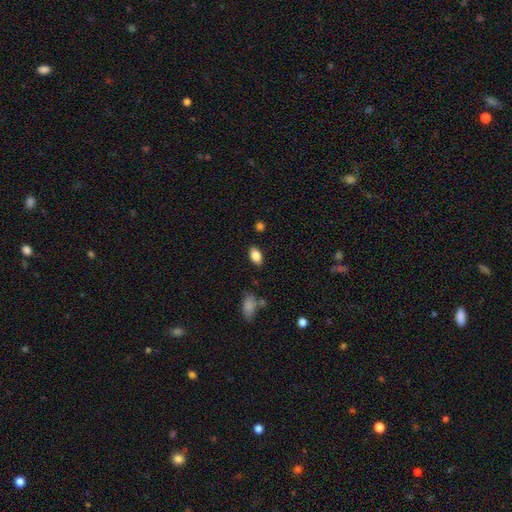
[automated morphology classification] Smooth or featured? smooth (85%)
How rounded? in between (90%)
Merging? none (84%)